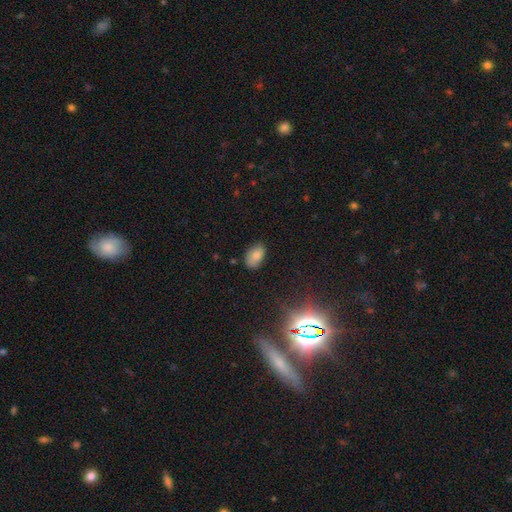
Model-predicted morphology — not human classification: Overall: smooth (79%). How rounded: in between (91%). Merging: none (74%).